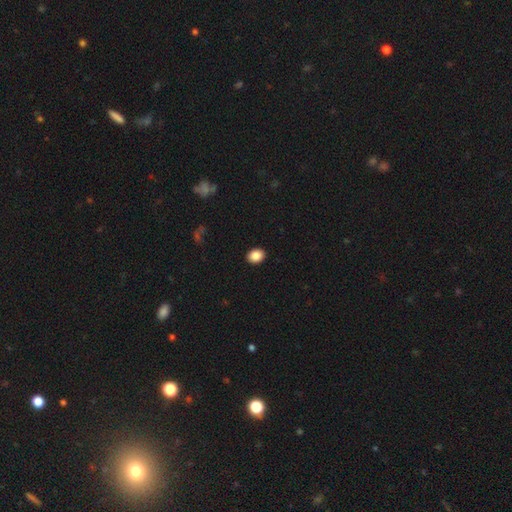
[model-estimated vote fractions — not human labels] A smooth galaxy with no disk features (87%) that is in between round and cigar-shaped (56%). Merging: none (92%).